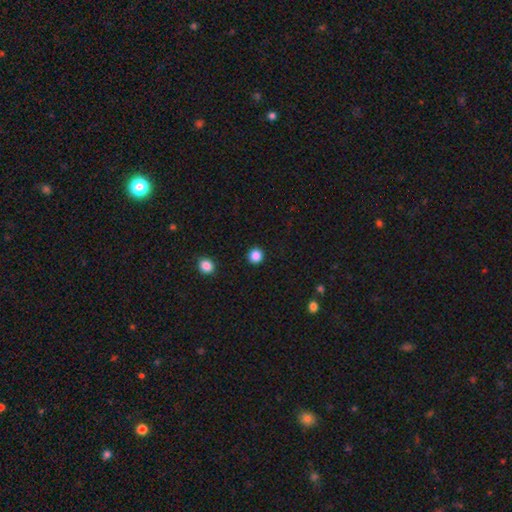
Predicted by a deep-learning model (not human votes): Overall: smooth (87%). How rounded: round (93%). Merging: none (93%).